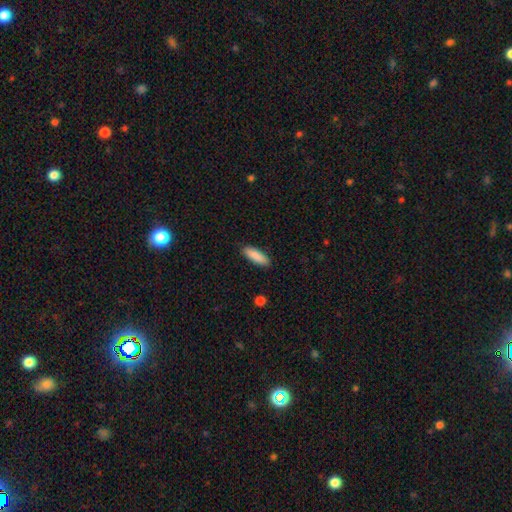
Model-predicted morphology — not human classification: type=smooth (89%); roundness=cigar-shaped (51%); merging=none (90%).